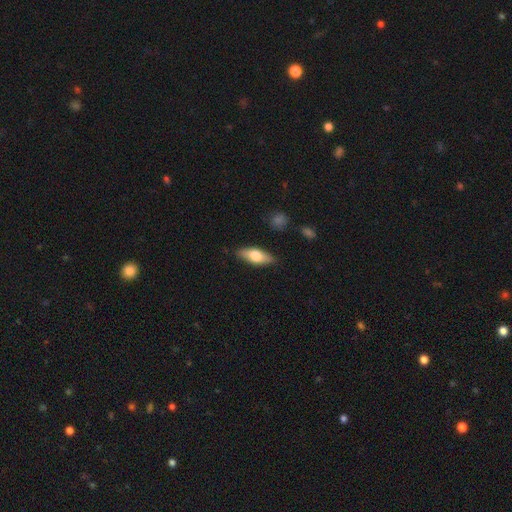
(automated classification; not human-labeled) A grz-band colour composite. It shows a smooth galaxy with no disk features (66%) that is in between round and cigar-shaped (71%). Merging: none (85%).